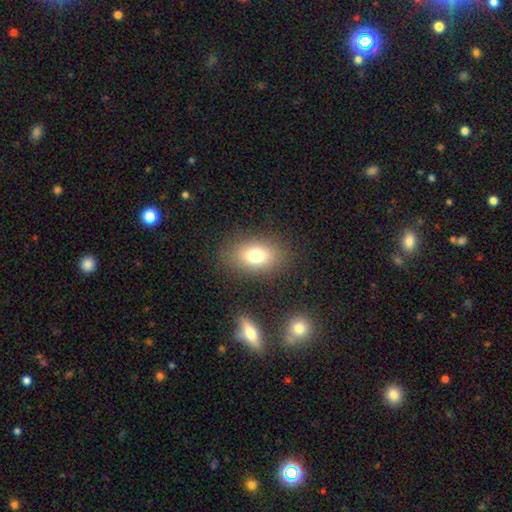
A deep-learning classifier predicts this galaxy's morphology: Q: Smooth or featured?
A: smooth (75%); runner-up: featured or disk (13%)
Q: How rounded?
A: in between (81%); runner-up: round (17%)
Q: Merging?
A: none (83%); runner-up: minor disturbance (10%)